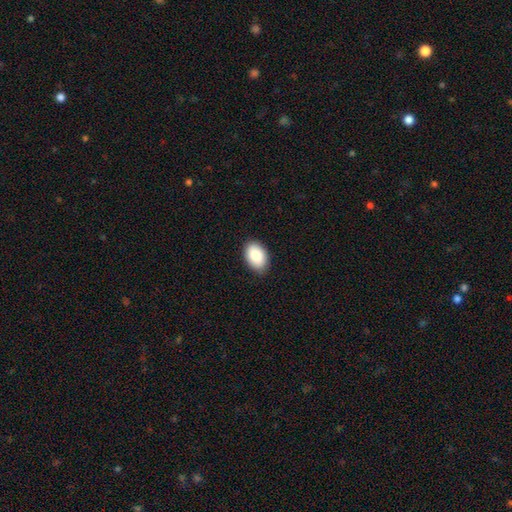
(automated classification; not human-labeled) Smooth or featured?
  - smooth: 87% *
  - star or artifact: 7%
  - featured or disk: 7%
How rounded?
  - in between: 90% *
  - round: 9%
  - cigar-shaped: 1%
Merging?
  - none: 87% *
  - minor disturbance: 10%
  - major disturbance: 2%
  - merger: 1%